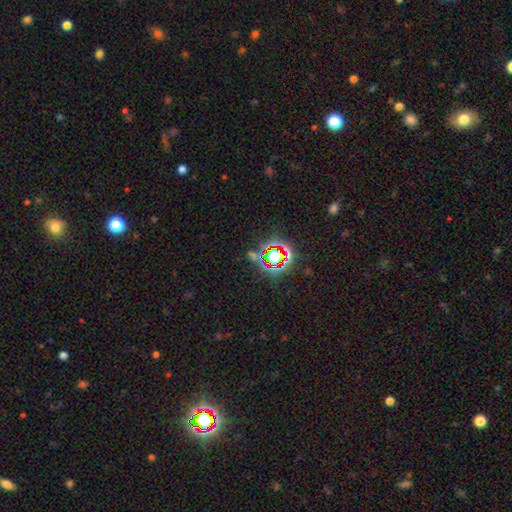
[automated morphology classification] A star or artifact, not a galaxy (74%).